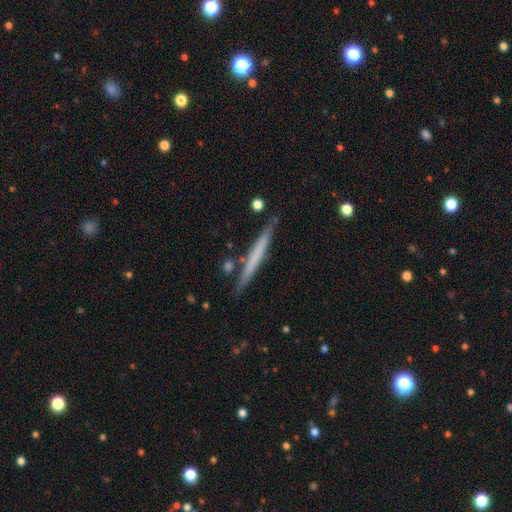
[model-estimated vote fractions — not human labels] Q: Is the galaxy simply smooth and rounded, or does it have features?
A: smooth — 52%.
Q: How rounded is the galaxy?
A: cigar-shaped — 97%.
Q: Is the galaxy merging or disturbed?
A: none — 85%.